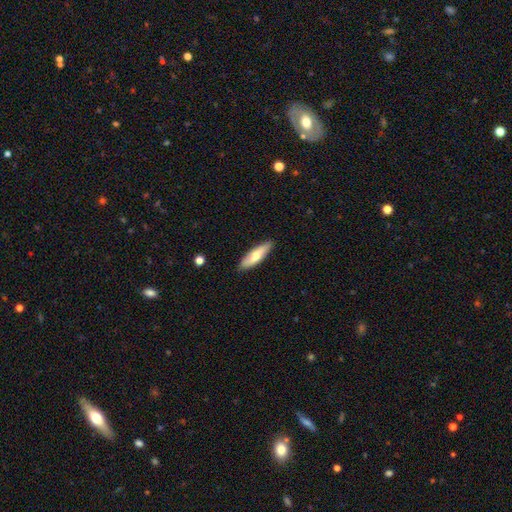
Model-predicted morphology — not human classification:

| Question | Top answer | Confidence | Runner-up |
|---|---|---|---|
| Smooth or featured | smooth | 68% | featured or disk (26%) |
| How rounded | cigar-shaped | 61% | in between (38%) |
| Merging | none | 86% | minor disturbance (11%) |